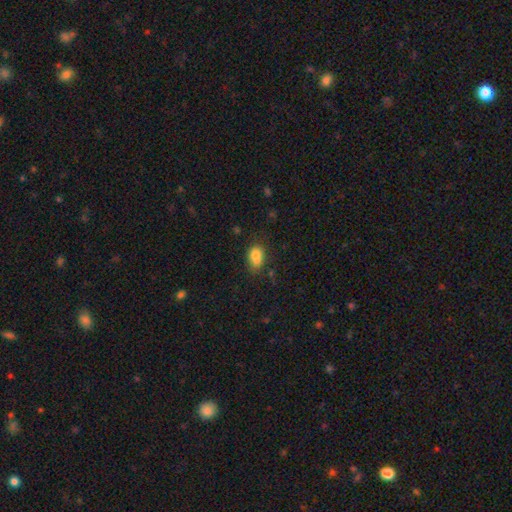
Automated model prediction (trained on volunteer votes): Smooth or featured? smooth (76%)
How rounded? in between (68%)
Merging? none (38%)